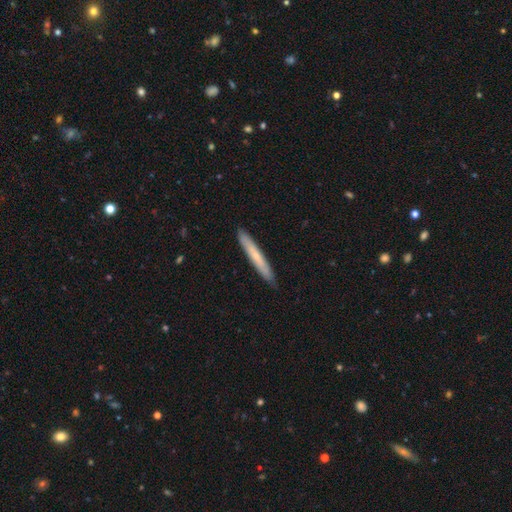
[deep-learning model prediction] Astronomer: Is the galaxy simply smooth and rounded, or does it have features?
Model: smooth — 59% (runner-up: featured or disk, 35%).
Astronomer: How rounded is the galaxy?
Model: cigar-shaped — 96%.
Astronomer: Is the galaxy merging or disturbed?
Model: none — 90%.